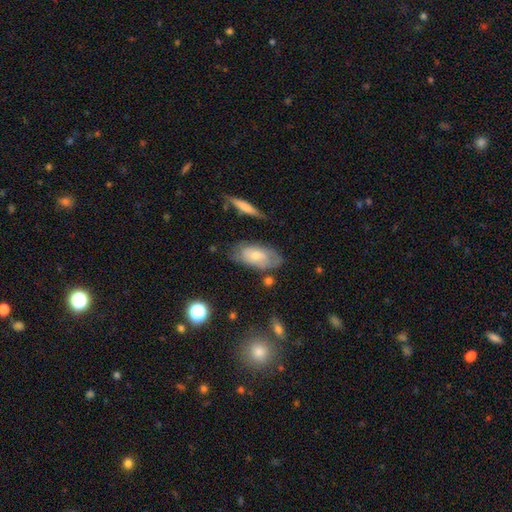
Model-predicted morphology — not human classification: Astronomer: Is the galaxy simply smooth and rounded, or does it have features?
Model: smooth — 59% (runner-up: featured or disk, 35%).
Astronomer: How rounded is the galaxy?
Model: in between — 90%.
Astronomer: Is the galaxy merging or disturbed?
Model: none — 60%.